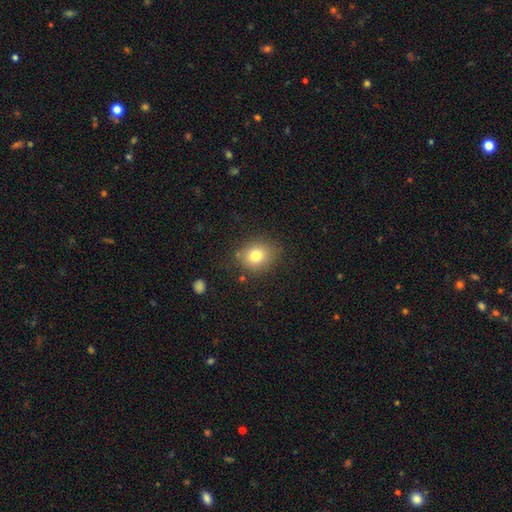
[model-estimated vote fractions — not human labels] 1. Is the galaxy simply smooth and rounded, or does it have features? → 78% smooth, 12% star or artifact, 10% featured or disk.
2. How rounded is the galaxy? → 65% round, 34% in between, 1% cigar-shaped.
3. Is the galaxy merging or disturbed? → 81% none, 12% minor disturbance, 4% major disturbance, 2% merger.